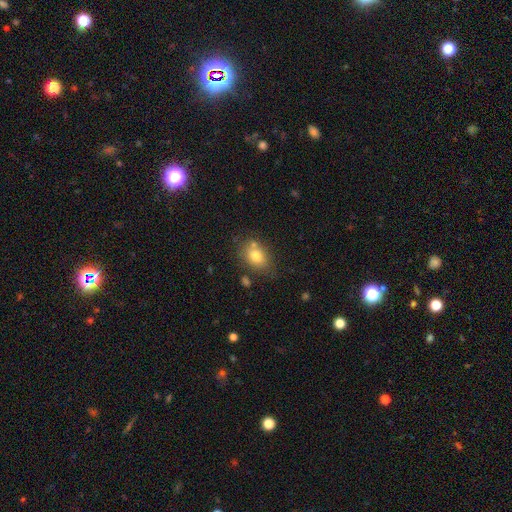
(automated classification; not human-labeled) Smooth or featured?
  - smooth: 77% *
  - featured or disk: 13%
  - star or artifact: 10%
How rounded?
  - in between: 67% *
  - round: 32%
  - cigar-shaped: 1%
Merging?
  - none: 67% *
  - minor disturbance: 16%
  - merger: 12%
  - major disturbance: 5%